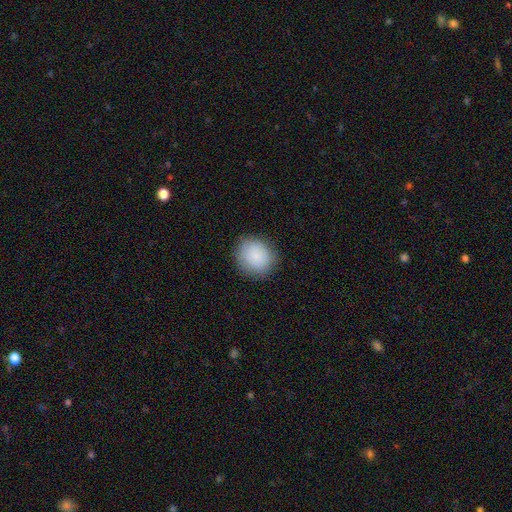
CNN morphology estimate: Smooth or featured? smooth (87%)
How rounded? round (78%)
Merging? none (85%)